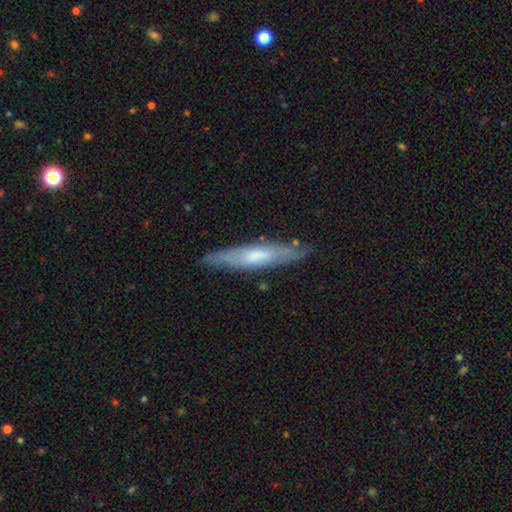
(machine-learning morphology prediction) The model was most divided on "smooth or featured": featured or disk: 50%, smooth: 45%, star or artifact: 6%. More confident: merging — none (82%).